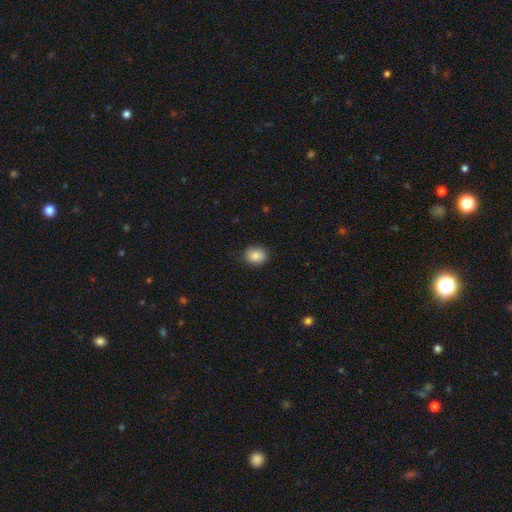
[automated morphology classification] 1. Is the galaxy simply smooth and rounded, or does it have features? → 86% smooth, 8% star or artifact, 6% featured or disk.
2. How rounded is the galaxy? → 52% round, 47% in between, 1% cigar-shaped.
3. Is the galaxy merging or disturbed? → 82% none, 14% minor disturbance, 3% major disturbance, 1% merger.